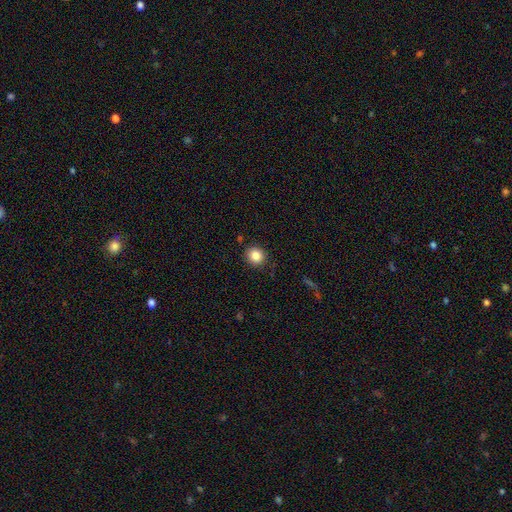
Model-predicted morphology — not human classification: smooth-or-featured: smooth: 85% | star or artifact: 10% | featured or disk: 5%
  how-rounded: round: 88% | in between: 11% | cigar-shaped: 1%
  merging: none: 89% | minor disturbance: 7% | major disturbance: 2% | merger: 2%